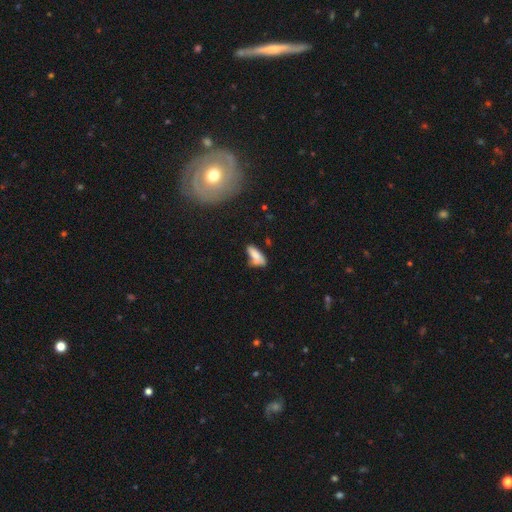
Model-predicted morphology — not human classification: smooth-or-featured: smooth: 76% | featured or disk: 16% | star or artifact: 8%
  how-rounded: in between: 74% | cigar-shaped: 23% | round: 2%
  merging: none: 43% | minor disturbance: 31% | merger: 14% | major disturbance: 12%